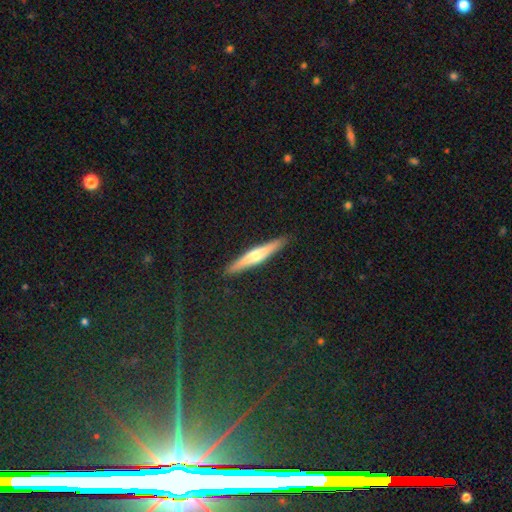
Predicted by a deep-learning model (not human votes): Morphology: type=featured or disk (59%); edge-on=yes (95%); edge-on bulge=rounded (82%); merging=none (91%).